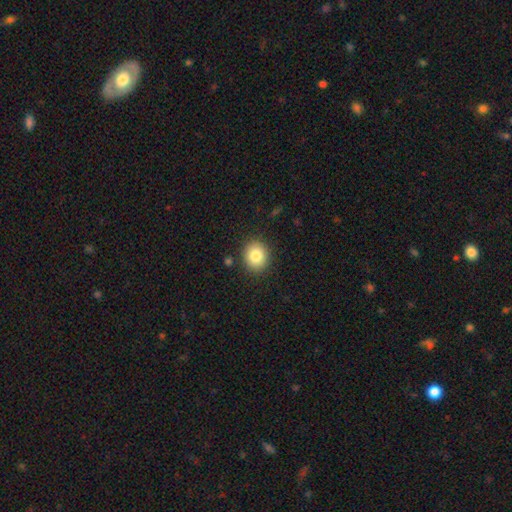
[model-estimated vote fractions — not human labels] Smooth or featured? Predicted: smooth (p=0.83). How rounded? Predicted: round (p=0.73). Merging? Predicted: none (p=0.88).